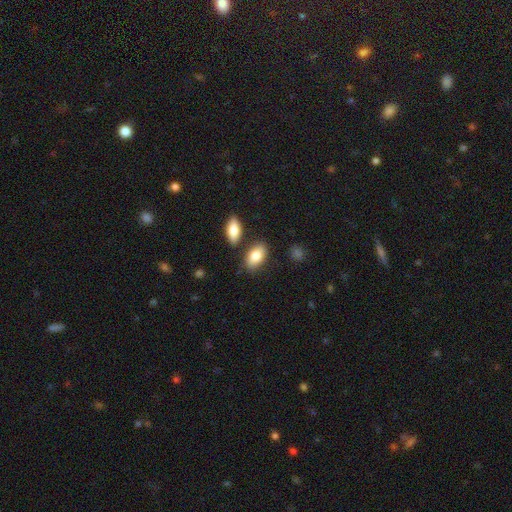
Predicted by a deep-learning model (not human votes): Q: Smooth or featured?
A: smooth (83%); runner-up: featured or disk (10%)
Q: How rounded?
A: in between (92%); runner-up: round (5%)
Q: Merging?
A: none (78%); runner-up: minor disturbance (11%)